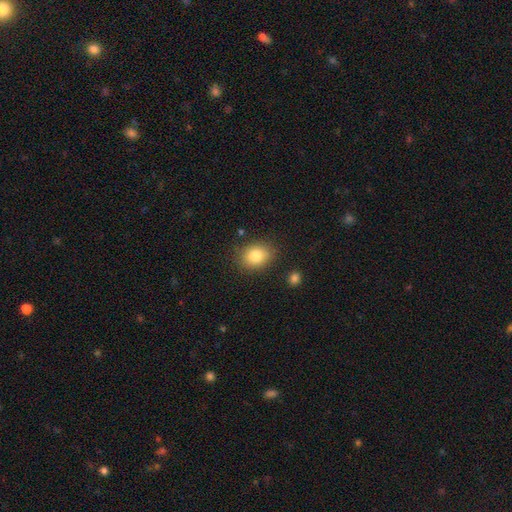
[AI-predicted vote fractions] A smooth galaxy with no disk features (83%) that is in between round and cigar-shaped (53%). Merging: none (82%).